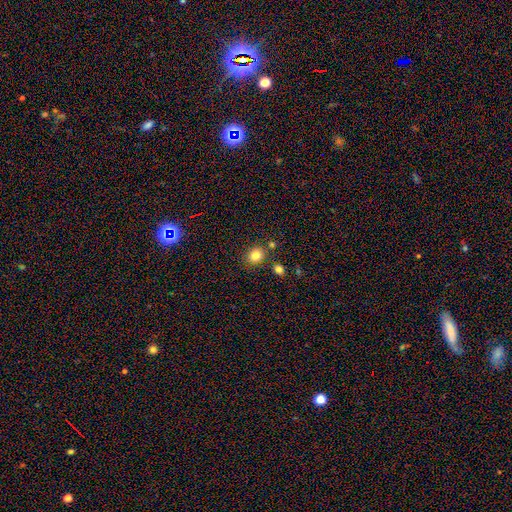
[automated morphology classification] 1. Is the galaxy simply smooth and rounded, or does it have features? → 81% smooth, 12% star or artifact, 7% featured or disk.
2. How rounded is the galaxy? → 68% round, 31% in between, 1% cigar-shaped.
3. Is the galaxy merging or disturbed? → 80% none, 9% minor disturbance, 8% merger, 3% major disturbance.